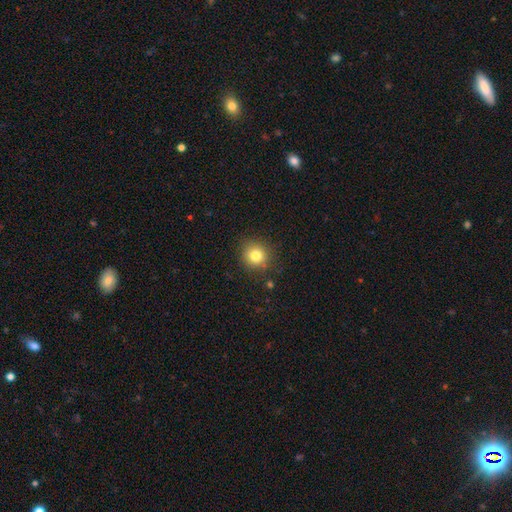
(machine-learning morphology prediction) Smooth or featured?
  - smooth: 81% *
  - star or artifact: 12%
  - featured or disk: 7%
How rounded?
  - round: 90% *
  - in between: 9%
  - cigar-shaped: 1%
Merging?
  - none: 86% *
  - minor disturbance: 9%
  - major disturbance: 3%
  - merger: 2%